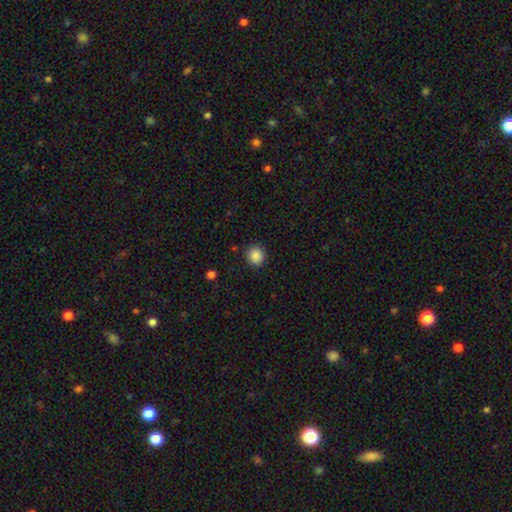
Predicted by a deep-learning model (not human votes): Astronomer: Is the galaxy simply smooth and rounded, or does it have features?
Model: smooth — 88%.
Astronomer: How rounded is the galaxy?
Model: round — 87%.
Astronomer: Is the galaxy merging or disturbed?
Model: none — 89%.